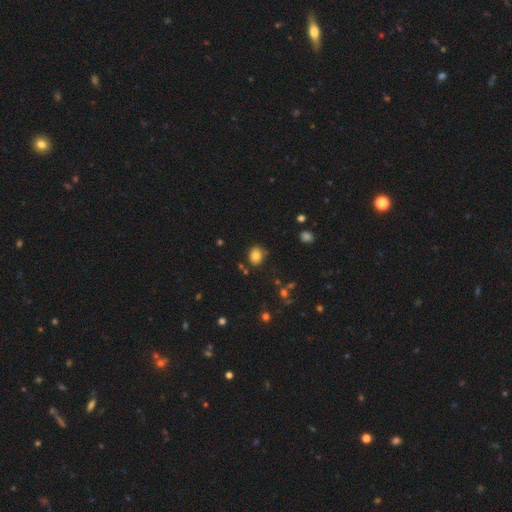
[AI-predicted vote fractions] smooth_or_featured: smooth (p=0.81) [alt: star or artifact p=0.12]
how_rounded: round (p=0.66) [alt: in between p=0.33]
merging: none (p=0.79) [alt: minor disturbance p=0.13]